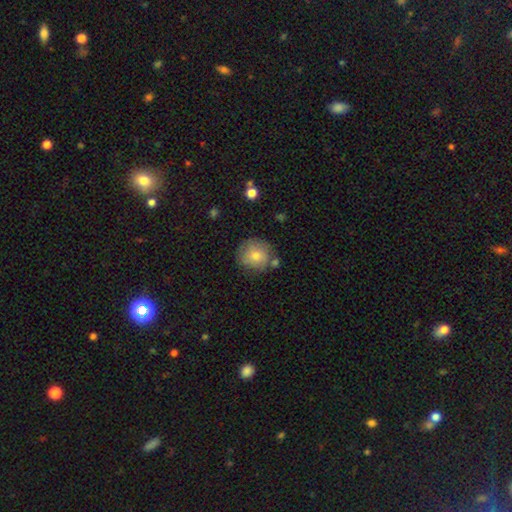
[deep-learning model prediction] This appears to be a smooth galaxy with no disk features (74%) that is round (90%). Merging: none (71%).